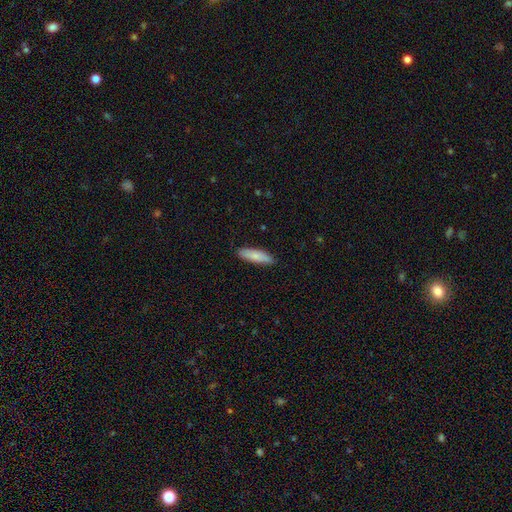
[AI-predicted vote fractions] A smooth galaxy with no disk features (80%) that is cigar-shaped (59%).

Vote fractions:
- Smooth or featured? smooth: 80% / featured or disk: 14% / star or artifact: 5%
- How rounded? cigar-shaped: 59% / in between: 40% / round: 2%
- Merging? none: 87% / minor disturbance: 10% / major disturbance: 2% / merger: 1%